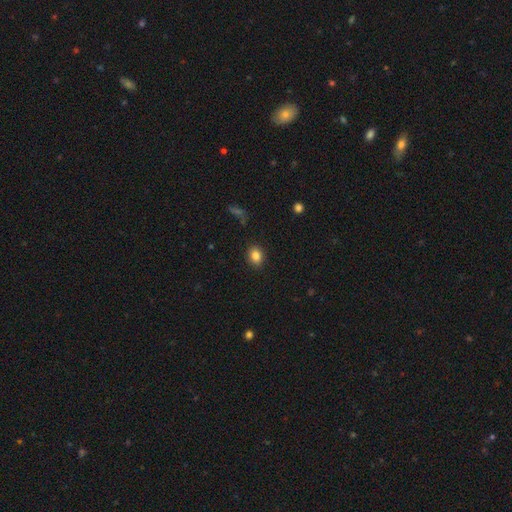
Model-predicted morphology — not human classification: Smooth or featured? Predicted: smooth (p=0.84). How rounded? Predicted: round (p=0.50). Merging? Predicted: none (p=0.89).